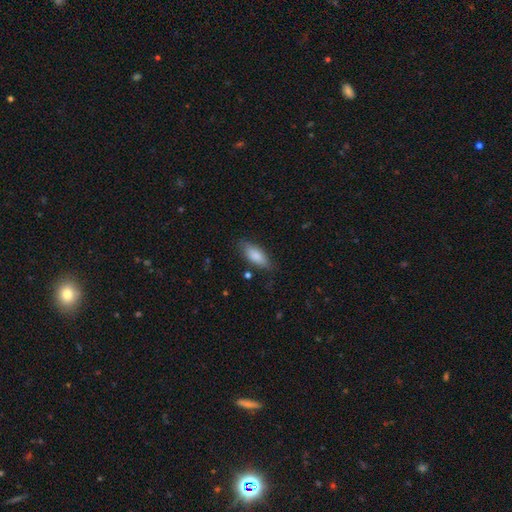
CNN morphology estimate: Q: Smooth or featured?
A: smooth (84%); runner-up: featured or disk (10%)
Q: How rounded?
A: in between (75%); runner-up: cigar-shaped (23%)
Q: Merging?
A: none (76%); runner-up: minor disturbance (18%)